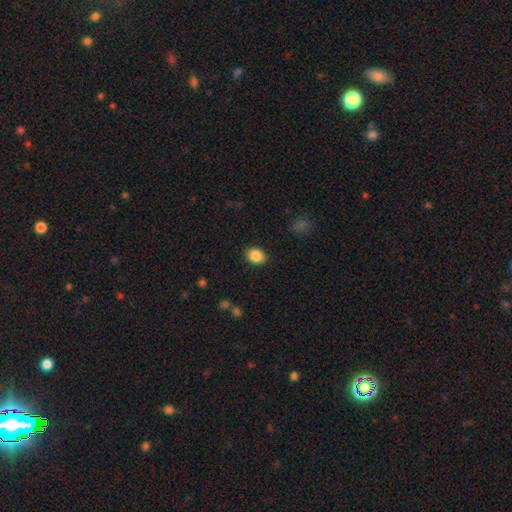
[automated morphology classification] This appears to be a smooth galaxy with no disk features (87%) that is in between round and cigar-shaped (57%). Merging: none (88%).